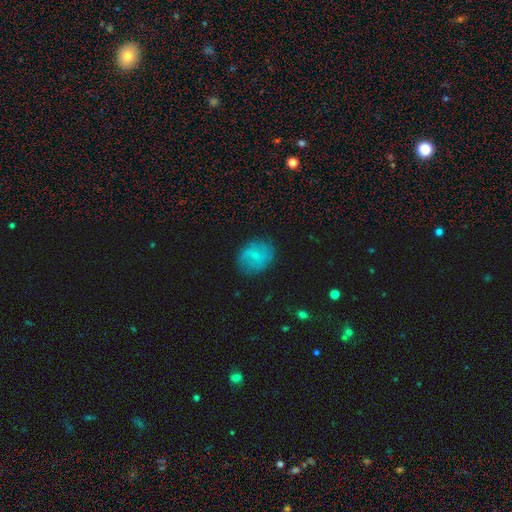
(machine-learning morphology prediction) Smooth or featured? smooth (57%)
How rounded? round (55%)
Merging? none (77%)